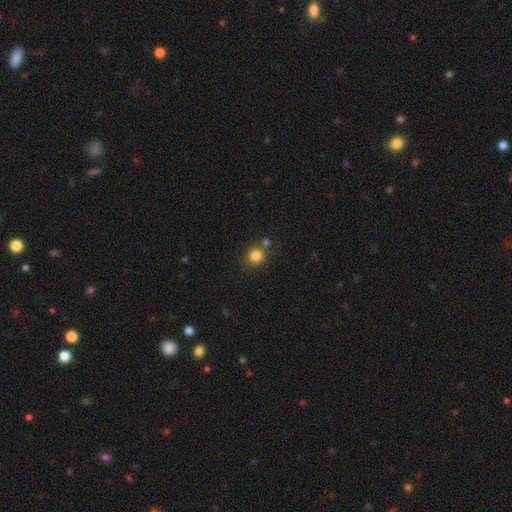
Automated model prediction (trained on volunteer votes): Overall: smooth (83%). How rounded: round (87%). Merging: none (73%).